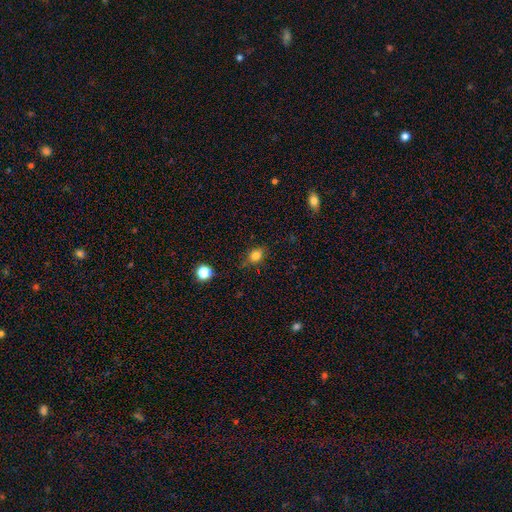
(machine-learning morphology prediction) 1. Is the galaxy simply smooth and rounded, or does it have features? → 80% smooth, 13% star or artifact, 7% featured or disk.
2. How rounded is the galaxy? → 50% in between, 48% round, 2% cigar-shaped.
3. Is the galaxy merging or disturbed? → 78% none, 16% minor disturbance, 3% major disturbance, 2% merger.